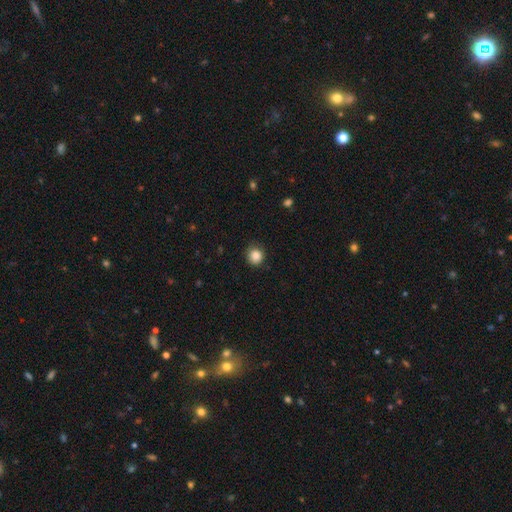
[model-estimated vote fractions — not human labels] Smooth or featured? smooth (87%)
How rounded? round (88%)
Merging? none (82%)